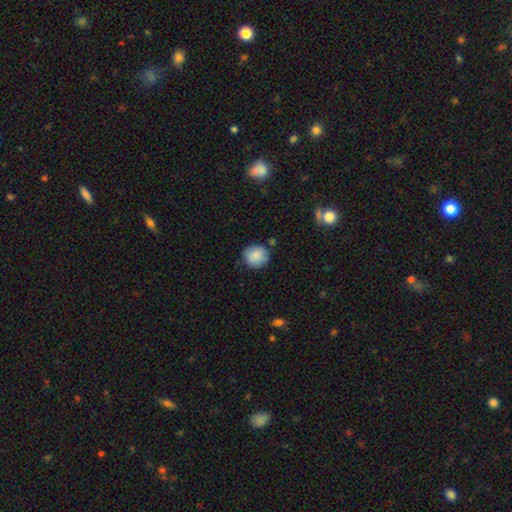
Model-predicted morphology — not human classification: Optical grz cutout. It shows a smooth galaxy with no disk features (84%) that is round (87%). Merging: none (79%).